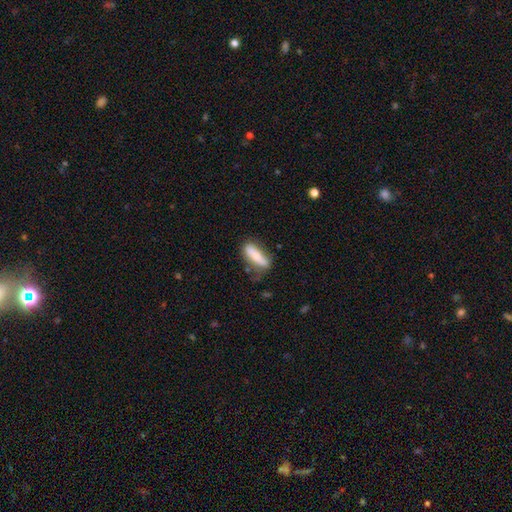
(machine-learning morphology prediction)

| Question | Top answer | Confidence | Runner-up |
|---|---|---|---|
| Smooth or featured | smooth | 63% | featured or disk (30%) |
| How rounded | cigar-shaped | 52% | in between (45%) |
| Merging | none | 61% | minor disturbance (26%) |